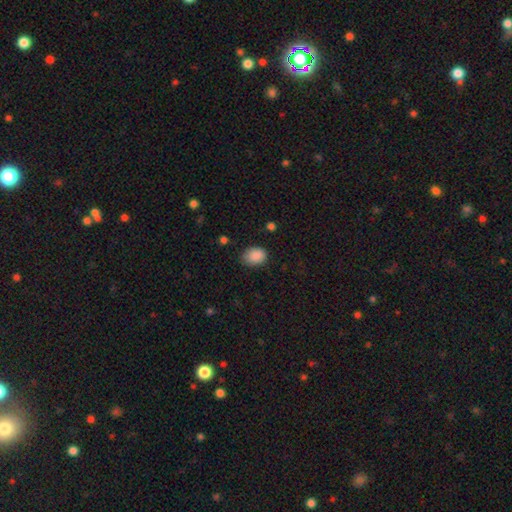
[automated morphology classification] This appears to be a smooth galaxy with no disk features (88%) that is in between round and cigar-shaped (67%). Merging: none (74%).